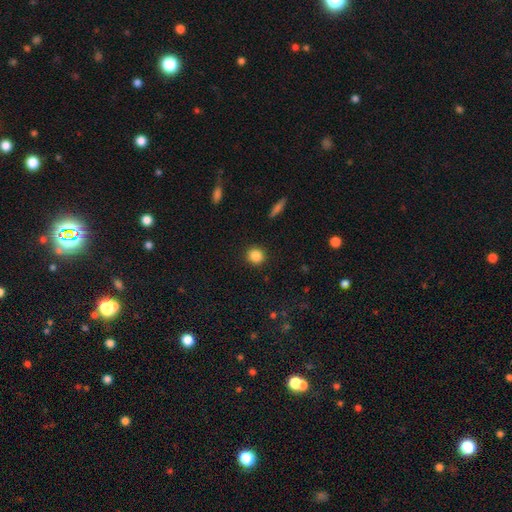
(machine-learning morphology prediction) A smooth galaxy with no disk features (85%) that is round (89%). Merging: none (92%).